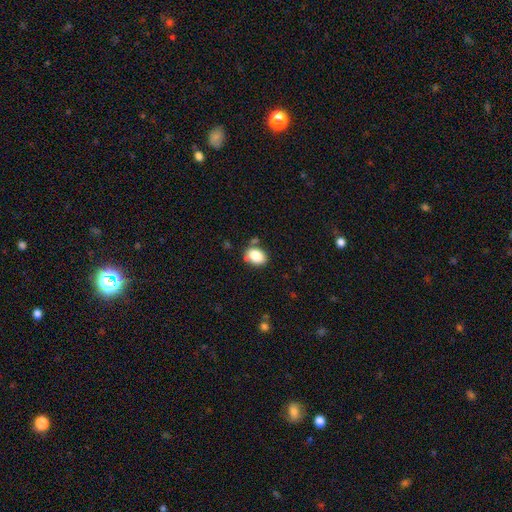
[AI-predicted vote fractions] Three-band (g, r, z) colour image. It shows a smooth galaxy with no disk features (84%) that is in between round and cigar-shaped (74%). Merging: none (72%).